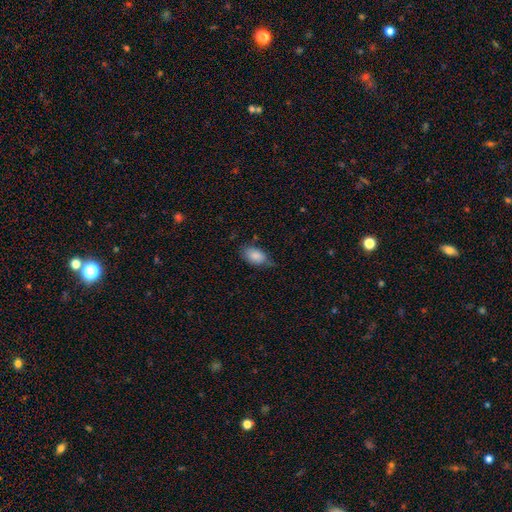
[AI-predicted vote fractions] A smooth galaxy with no disk features (86%) that is in between round and cigar-shaped (92%). Merging: none (58%).